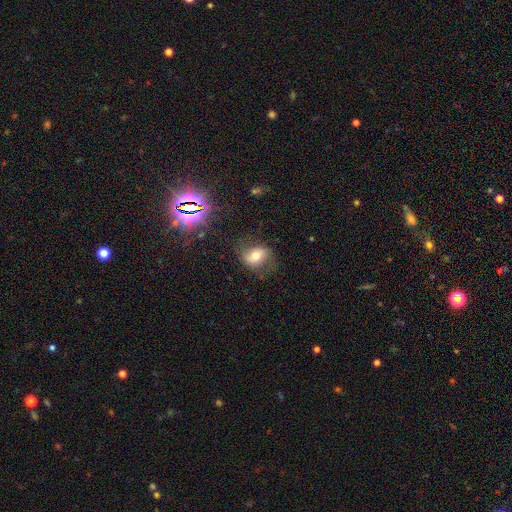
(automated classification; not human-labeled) Smooth or featured? Predicted: smooth (p=0.54). How rounded? Predicted: in between (p=0.61). Merging? Predicted: none (p=0.66).